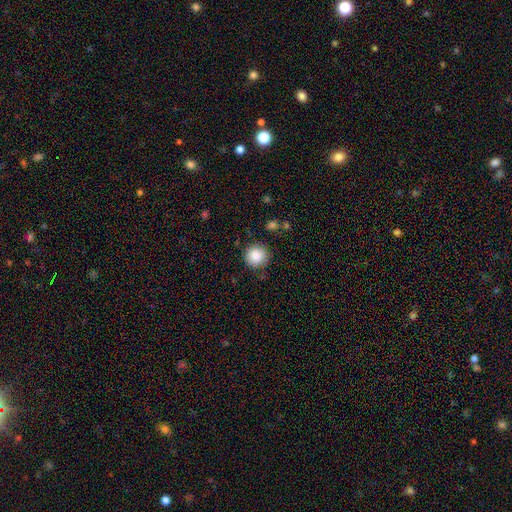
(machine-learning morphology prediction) This appears to be a smooth galaxy with no disk features (85%) that is round (94%). Merging: none (88%).